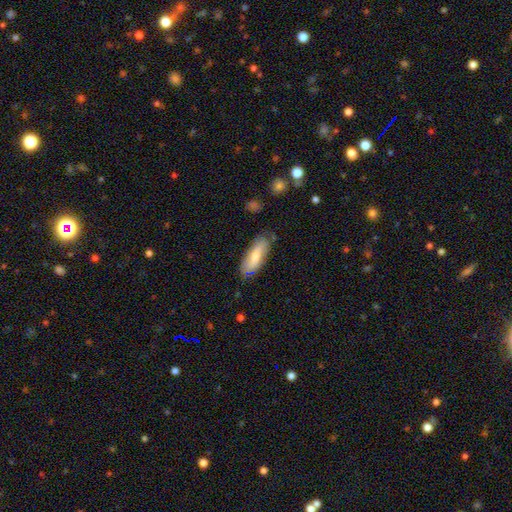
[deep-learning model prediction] Morphology: type=smooth (60%); roundness=in between (65%); merging=none (75%).